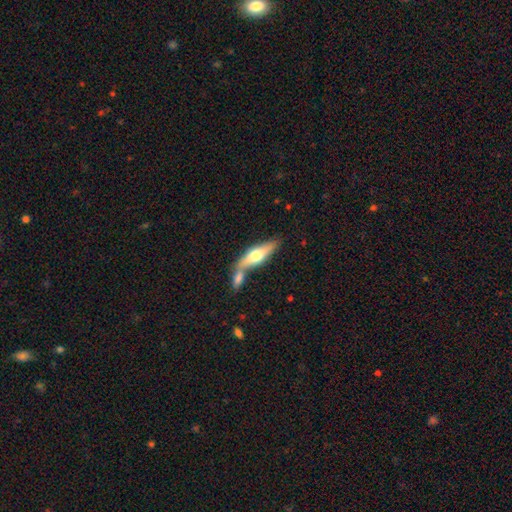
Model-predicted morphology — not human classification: smooth_or_featured: smooth (p=0.54) [alt: featured or disk p=0.40]
how_rounded: cigar-shaped (p=0.55) [alt: in between p=0.42]
merging: none (p=0.43) [alt: merger p=0.42]